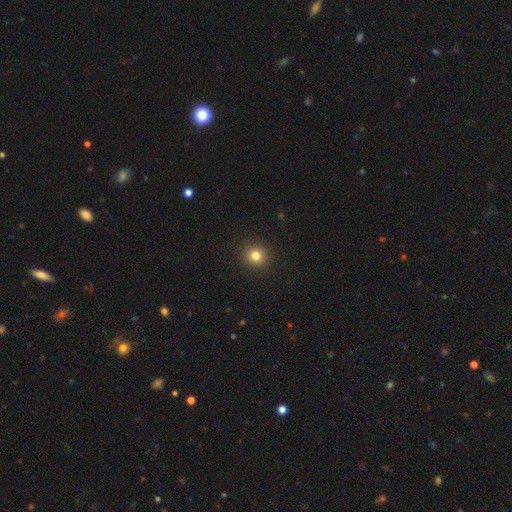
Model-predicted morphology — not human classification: smooth 81%, star or artifact 13%, featured or disk 6%. Down the decision tree: how rounded — round (93%); merging — none (92%).